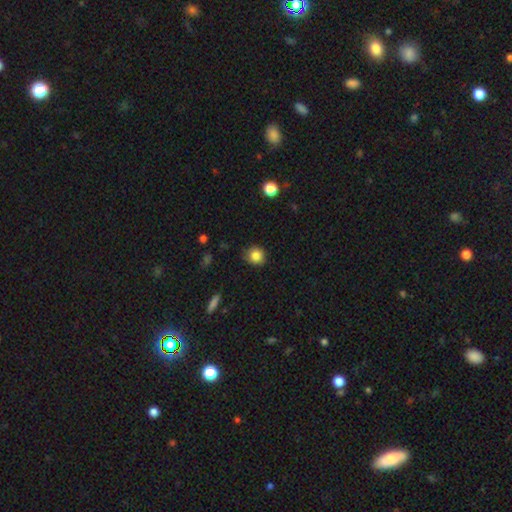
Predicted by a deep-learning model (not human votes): Overall: smooth (84%). How rounded: round (85%). Merging: none (85%).